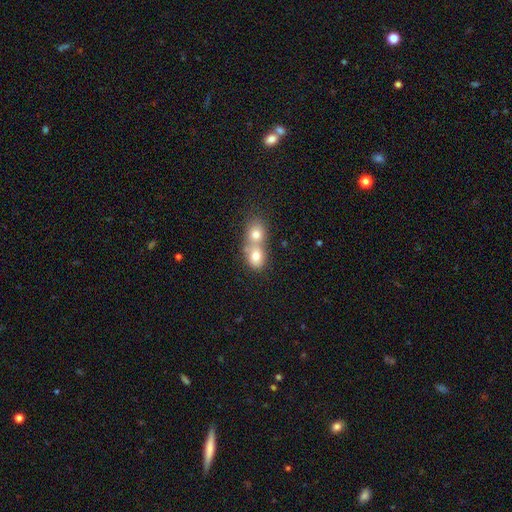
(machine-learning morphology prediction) This is likely a smooth galaxy (74%). How rounded: possibly in between (49%, tied with round). Merging: likely merger (72%).